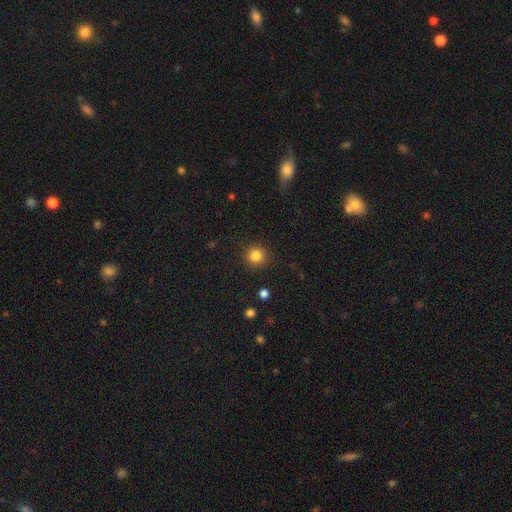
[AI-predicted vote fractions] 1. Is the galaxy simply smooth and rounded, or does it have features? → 84% smooth, 12% star or artifact, 4% featured or disk.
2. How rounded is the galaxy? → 94% round, 5% in between, 1% cigar-shaped.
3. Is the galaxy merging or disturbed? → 91% none, 5% minor disturbance, 2% major disturbance, 1% merger.